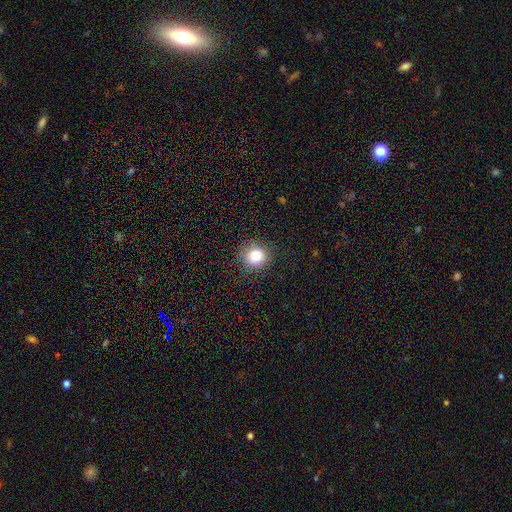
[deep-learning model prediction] Smooth or featured? smooth (82%)
How rounded? round (85%)
Merging? none (85%)